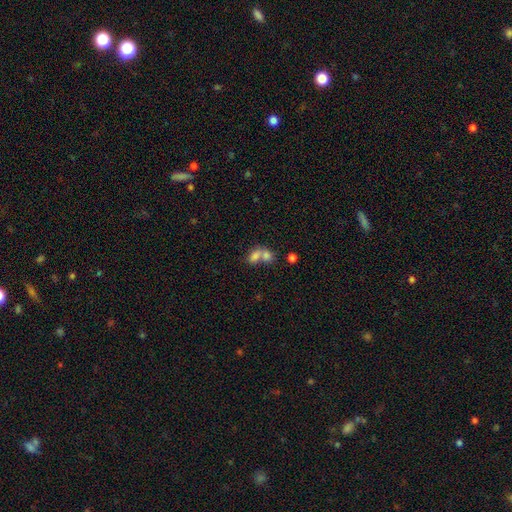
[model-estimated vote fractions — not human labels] Q: Smooth or featured?
A: smooth (75%); runner-up: featured or disk (15%)
Q: How rounded?
A: in between (75%); runner-up: round (23%)
Q: Merging?
A: merger (71%); runner-up: none (19%)